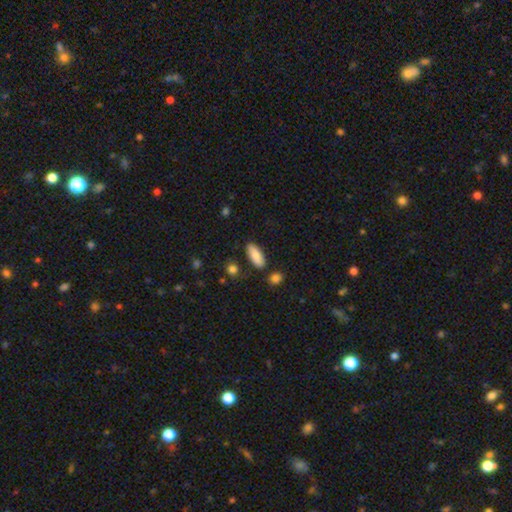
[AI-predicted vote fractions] Smooth or featured?
  - smooth: 85% *
  - featured or disk: 9%
  - star or artifact: 6%
How rounded?
  - in between: 81% *
  - cigar-shaped: 17%
  - round: 2%
Merging?
  - none: 82% *
  - minor disturbance: 11%
  - merger: 4%
  - major disturbance: 3%